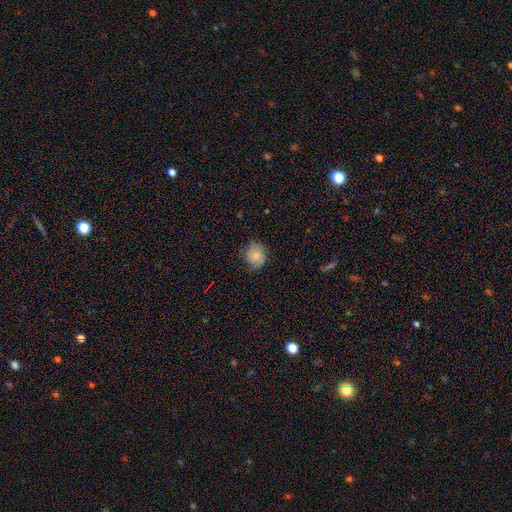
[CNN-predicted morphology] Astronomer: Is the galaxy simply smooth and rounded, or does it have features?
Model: smooth — 67%.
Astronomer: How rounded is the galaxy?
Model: round — 77%.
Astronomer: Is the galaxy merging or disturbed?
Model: none — 69%.